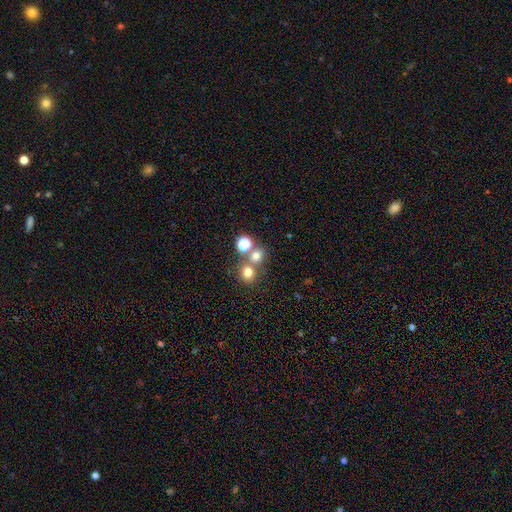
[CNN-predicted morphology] Smooth or featured: smooth — 70% (star or artifact — 21%)
How rounded: round — 80% (in between — 19%)
Merging: none — 57% (merger — 33%)